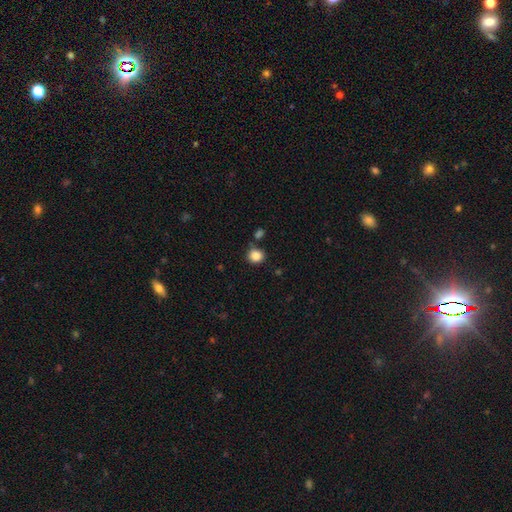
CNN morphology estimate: smooth 85%, star or artifact 10%, featured or disk 4%. Down the decision tree: how rounded — round (82%); merging — none (76%).